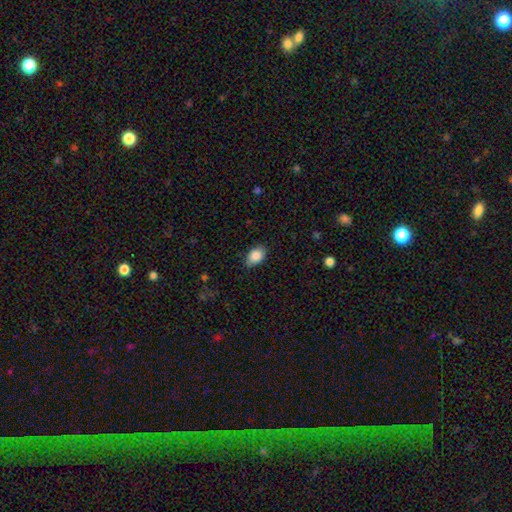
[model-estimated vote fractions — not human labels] Smooth or featured: smooth — 86% (star or artifact — 8%)
How rounded: in between — 83% (round — 15%)
Merging: none — 76% (minor disturbance — 20%)